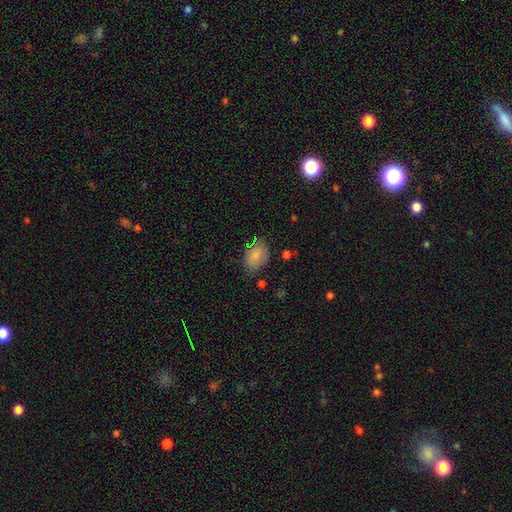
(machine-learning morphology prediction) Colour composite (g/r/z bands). It shows a smooth galaxy with no disk features (82%) that is in between round and cigar-shaped (82%). Merging: none (75%).